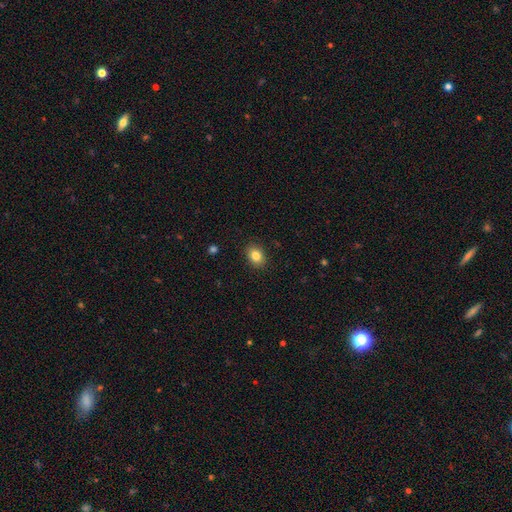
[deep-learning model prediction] This appears to be a smooth galaxy with no disk features (84%) that is in between round and cigar-shaped (65%). Merging: none (89%).